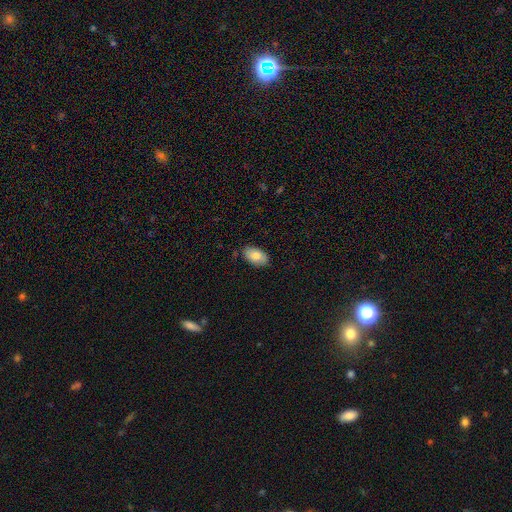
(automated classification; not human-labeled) Overall: smooth (80%). How rounded: in between (93%). Merging: none (85%).